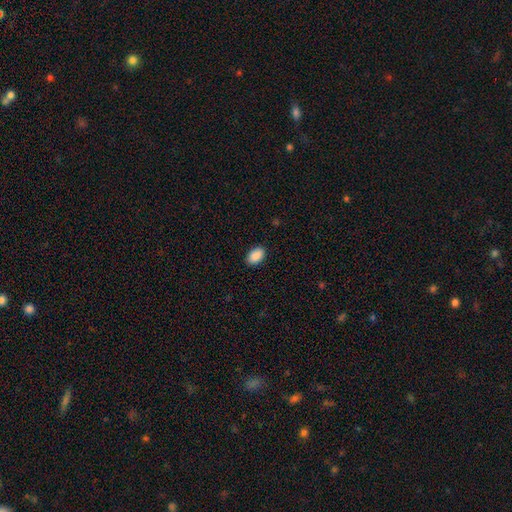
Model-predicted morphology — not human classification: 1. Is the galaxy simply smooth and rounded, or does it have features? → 90% smooth, 7% star or artifact, 3% featured or disk.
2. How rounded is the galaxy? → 91% in between, 8% round, 1% cigar-shaped.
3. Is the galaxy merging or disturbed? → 88% none, 9% minor disturbance, 2% major disturbance, 1% merger.